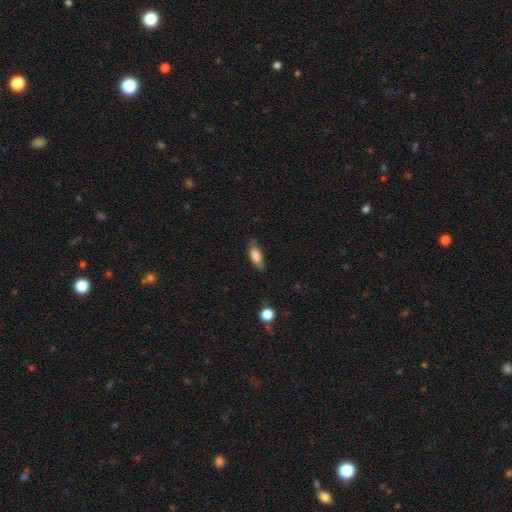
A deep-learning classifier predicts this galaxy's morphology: Smooth or featured: smooth — 81% (featured or disk — 12%)
How rounded: in between — 75% (cigar-shaped — 22%)
Merging: none — 74% (minor disturbance — 20%)